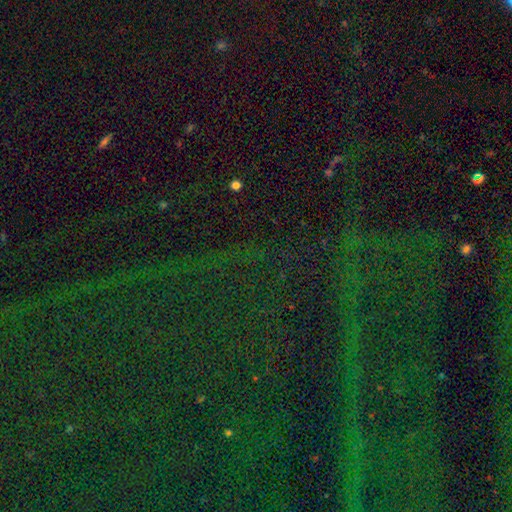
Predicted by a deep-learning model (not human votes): A star or artifact, not a galaxy (83%).

Vote fractions:
- Smooth or featured? star or artifact: 83% / smooth: 9% / featured or disk: 8%